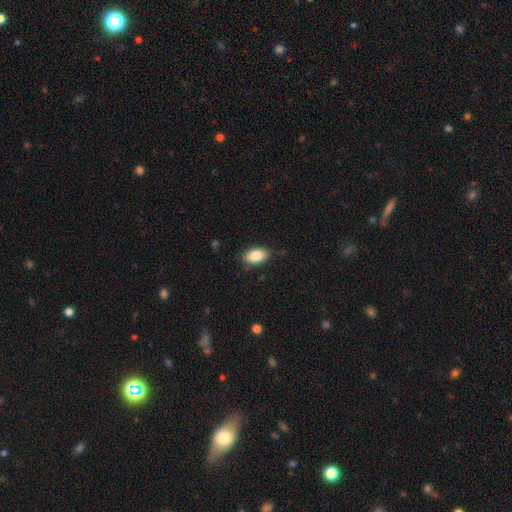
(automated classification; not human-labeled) Smooth or featured: smooth — 88% (star or artifact — 7%)
How rounded: in between — 93% (round — 4%)
Merging: none — 83% (minor disturbance — 13%)